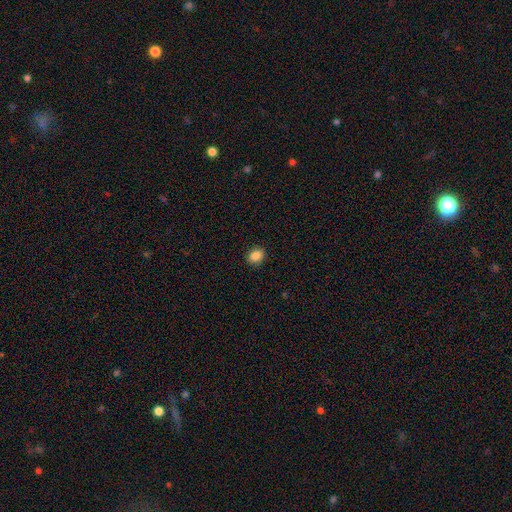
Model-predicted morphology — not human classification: smooth_or_featured: smooth (p=0.88) [alt: star or artifact p=0.09]
how_rounded: round (p=0.55) [alt: in between p=0.44]
merging: none (p=0.90) [alt: minor disturbance p=0.07]